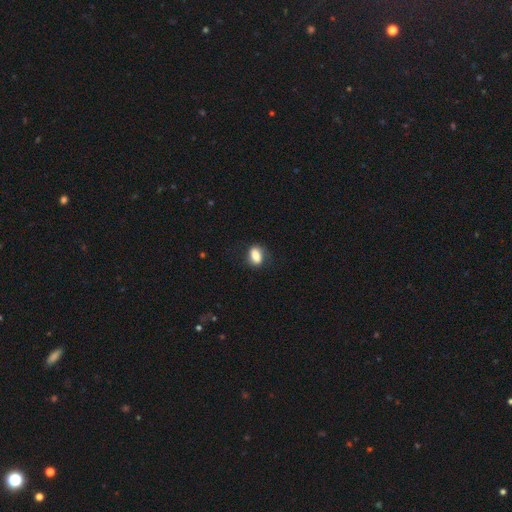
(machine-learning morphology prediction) Overall: smooth (82%). How rounded: in between (82%). Merging: none (77%).